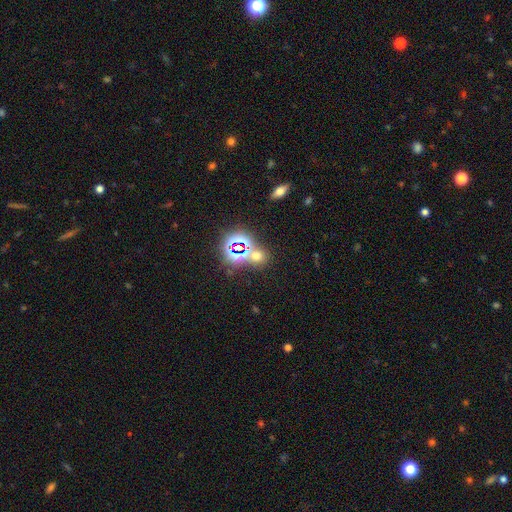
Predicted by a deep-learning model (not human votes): Overall: star or artifact (47%; smooth 45%).